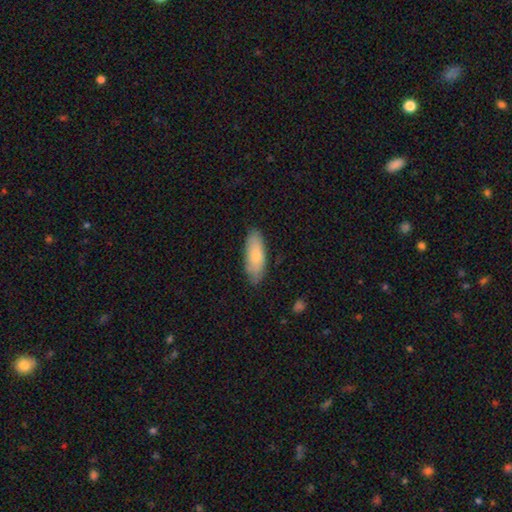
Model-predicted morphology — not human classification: Smooth or featured?
  - smooth: 77% *
  - featured or disk: 17%
  - star or artifact: 5%
How rounded?
  - in between: 74% *
  - cigar-shaped: 24%
  - round: 2%
Merging?
  - none: 82% *
  - minor disturbance: 15%
  - major disturbance: 2%
  - merger: 1%